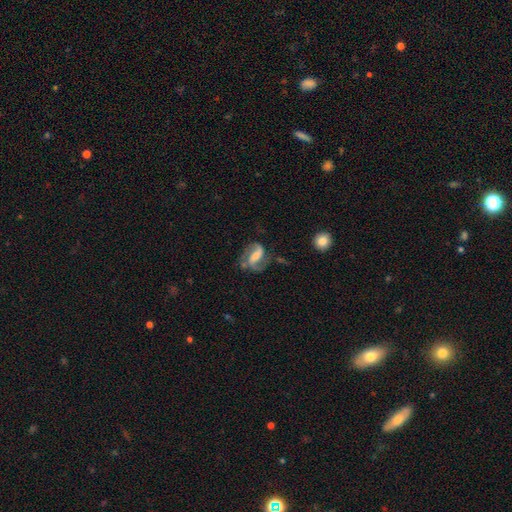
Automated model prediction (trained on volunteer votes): This is clearly a featured or disk galaxy (83%). It is clearly not viewed edge-on (97%). Bar: possibly strong (45%). Spiral arm pattern: clearly yes (95%). Spiral arm count: clearly 2 (89%). Spiral winding: possibly medium (47%). Central bulge: marginally moderate (44%). Merging: likely none (64%).